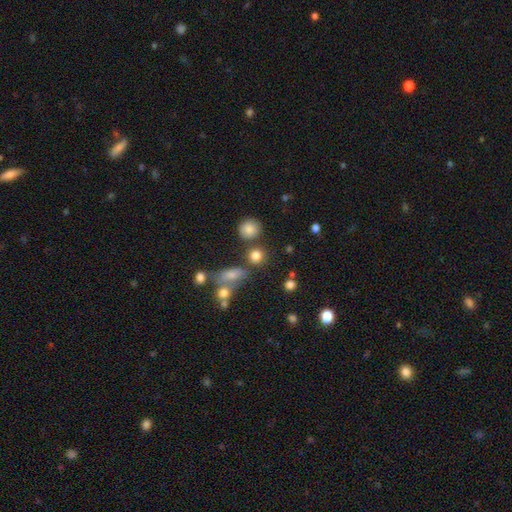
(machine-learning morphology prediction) Smooth or featured? smooth (80%)
How rounded? round (82%)
Merging? none (70%)